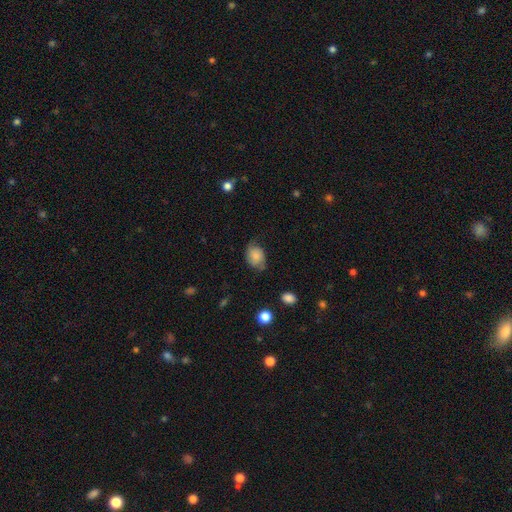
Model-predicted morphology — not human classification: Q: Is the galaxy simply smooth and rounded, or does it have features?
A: smooth — 67%.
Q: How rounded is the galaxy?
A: in between — 62%.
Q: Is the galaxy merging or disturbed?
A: none — 55%.